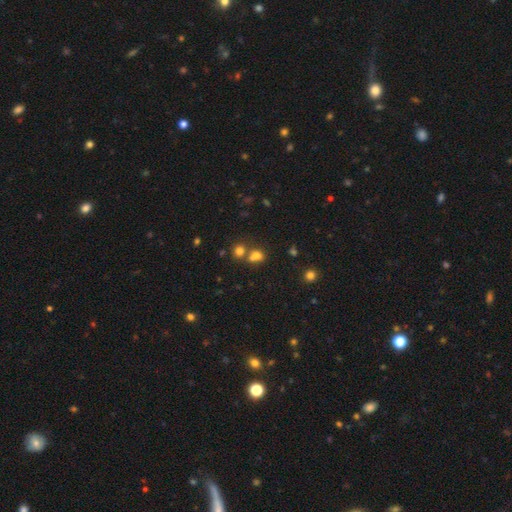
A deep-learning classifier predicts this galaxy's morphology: Smooth or featured?
  - smooth: 73% *
  - star or artifact: 17%
  - featured or disk: 9%
How rounded?
  - round: 50% *
  - in between: 49%
  - cigar-shaped: 2%
Merging?
  - merger: 45% *
  - none: 41%
  - minor disturbance: 9%
  - major disturbance: 4%